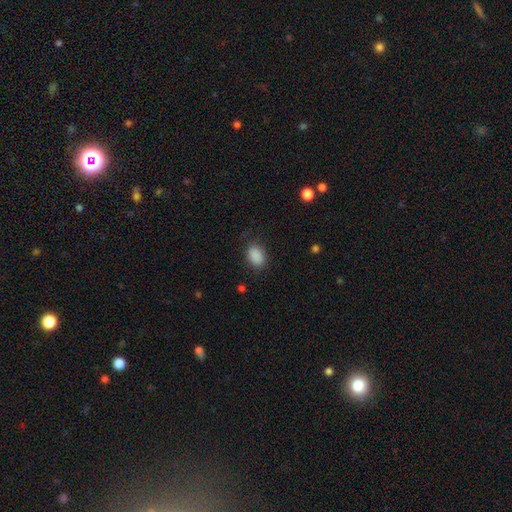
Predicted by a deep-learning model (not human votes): The model was most divided on "how rounded": in between: 81%, round: 18%, cigar-shaped: 1%. More confident: smooth or featured — smooth (88%); merging — none (82%).